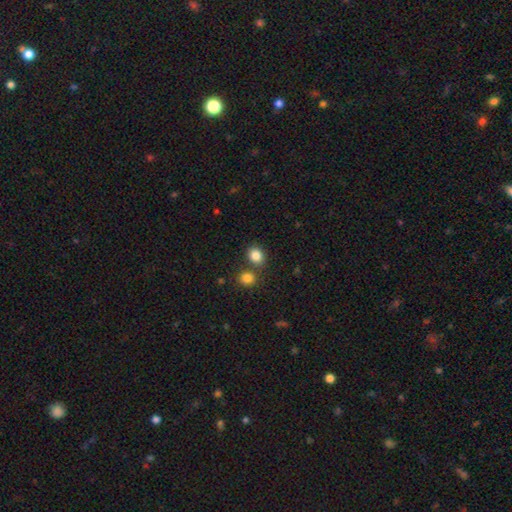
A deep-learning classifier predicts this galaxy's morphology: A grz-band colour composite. It shows a smooth galaxy with no disk features (84%) that is round (59%). Merging: none (68%).